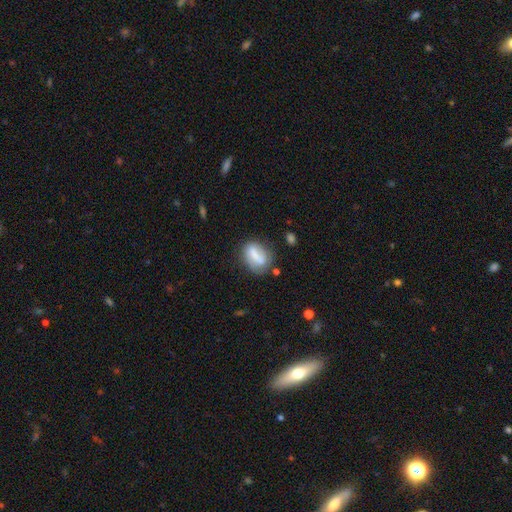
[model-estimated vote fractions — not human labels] smooth_or_featured: smooth (p=0.61) [alt: featured or disk p=0.30]
how_rounded: in between (p=0.66) [alt: round p=0.20]
merging: none (p=0.60) [alt: minor disturbance p=0.23]